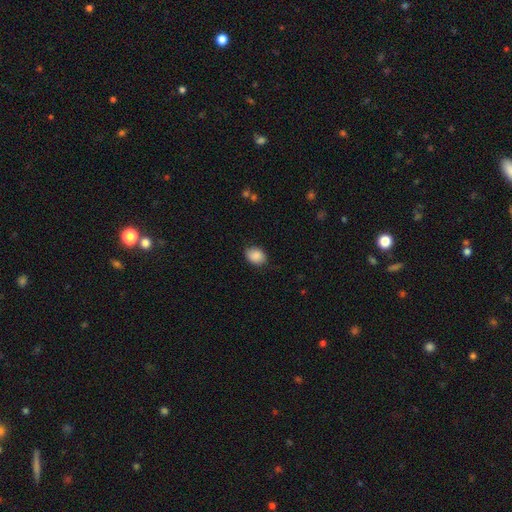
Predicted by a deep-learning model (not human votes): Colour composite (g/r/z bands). It shows a smooth galaxy with no disk features (89%) that is in between round and cigar-shaped (70%). Merging: none (83%).